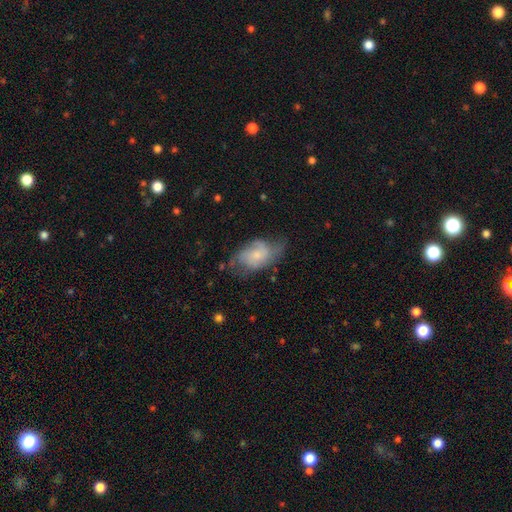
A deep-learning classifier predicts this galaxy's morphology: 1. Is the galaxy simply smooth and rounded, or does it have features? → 57% featured or disk, 35% smooth, 8% star or artifact.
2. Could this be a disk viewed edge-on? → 95% no, 5% yes.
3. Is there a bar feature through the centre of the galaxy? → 72% no, 24% weak, 4% strong.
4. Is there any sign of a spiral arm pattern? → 83% yes, 17% no.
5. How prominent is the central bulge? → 56% small, 29% moderate, 10% none, 4% large, 1% dominant.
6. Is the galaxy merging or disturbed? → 53% none, 30% minor disturbance, 15% major disturbance, 2% merger.